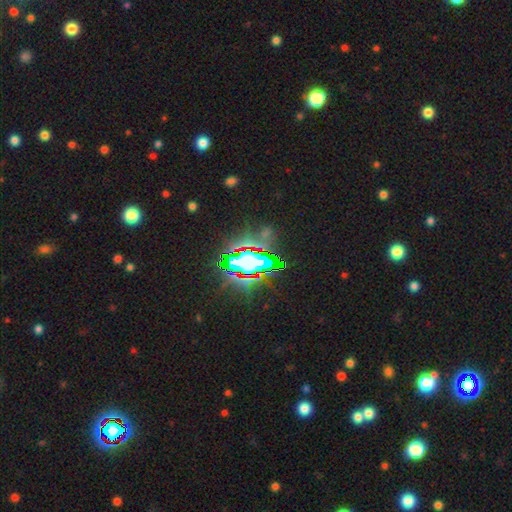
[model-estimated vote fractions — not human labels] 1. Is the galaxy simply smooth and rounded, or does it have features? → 84% star or artifact, 9% smooth, 7% featured or disk.